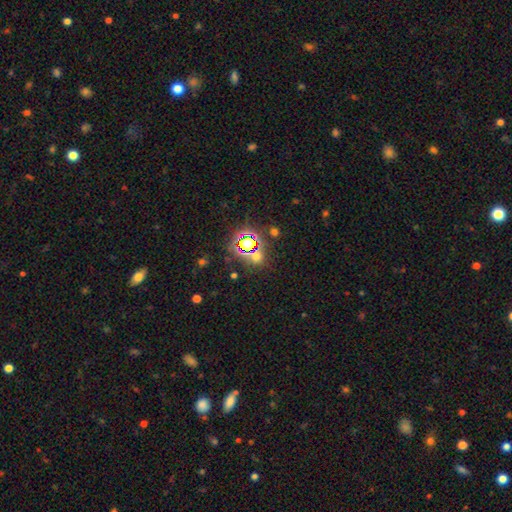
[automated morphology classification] Smooth or featured?
  - star or artifact: 60% *
  - smooth: 32%
  - featured or disk: 9%